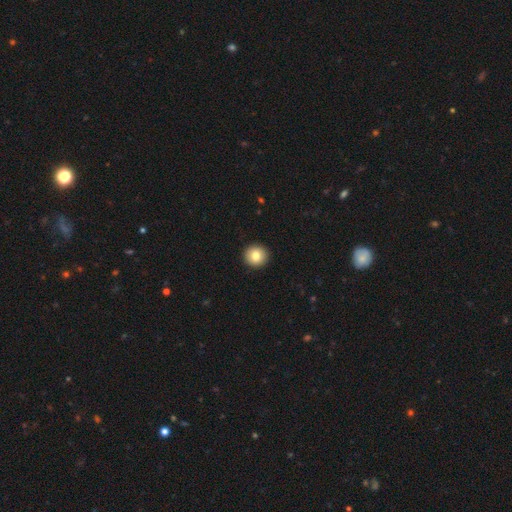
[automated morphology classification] type=smooth (82%); roundness=round (93%); merging=none (94%).